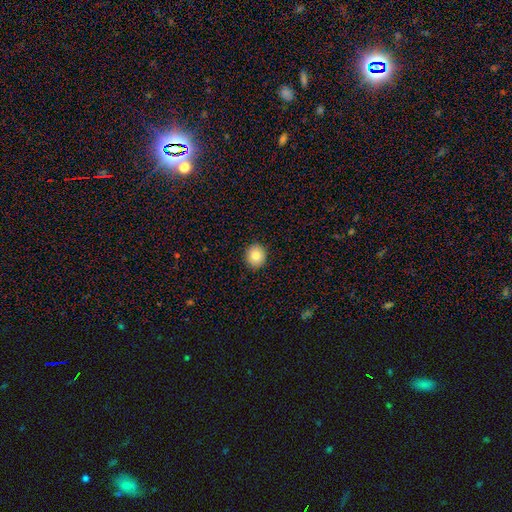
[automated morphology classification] Smooth or featured? smooth (82%)
How rounded? round (83%)
Merging? none (91%)